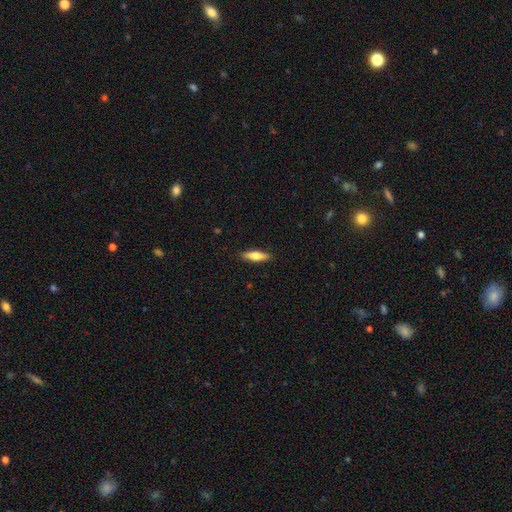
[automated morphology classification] type=smooth (68%); roundness=cigar-shaped (60%); merging=none (89%).